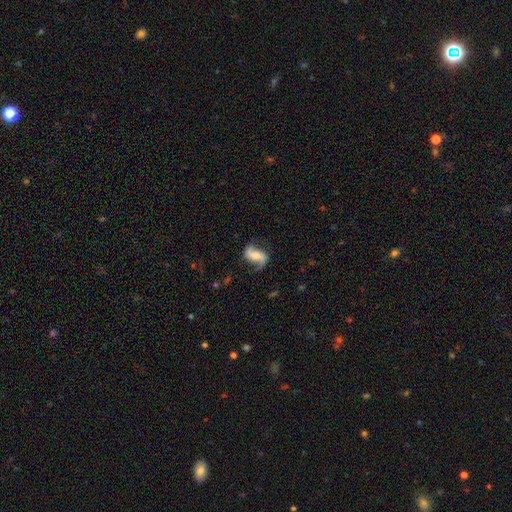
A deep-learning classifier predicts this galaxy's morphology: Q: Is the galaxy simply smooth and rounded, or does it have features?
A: featured or disk — 78%.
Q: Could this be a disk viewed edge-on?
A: no — 96%.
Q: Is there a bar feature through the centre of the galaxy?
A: weak — 37%.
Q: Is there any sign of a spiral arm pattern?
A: yes — 94%.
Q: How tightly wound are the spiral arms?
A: loose — 63%.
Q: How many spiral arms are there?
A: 2 — 86%.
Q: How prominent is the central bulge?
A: moderate — 46%.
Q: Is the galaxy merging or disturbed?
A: none — 66%.